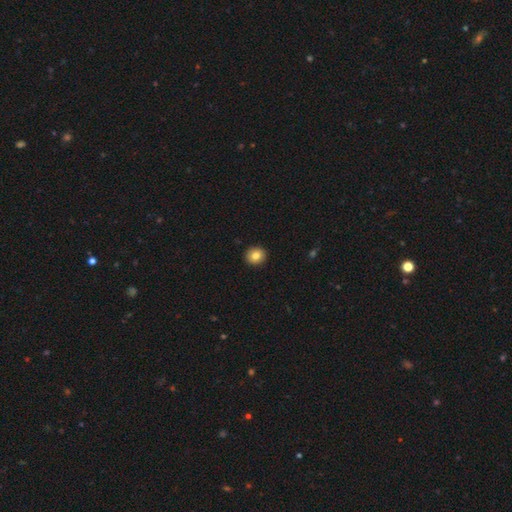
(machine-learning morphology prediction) Smooth or featured? smooth (83%)
How rounded? round (81%)
Merging? none (92%)